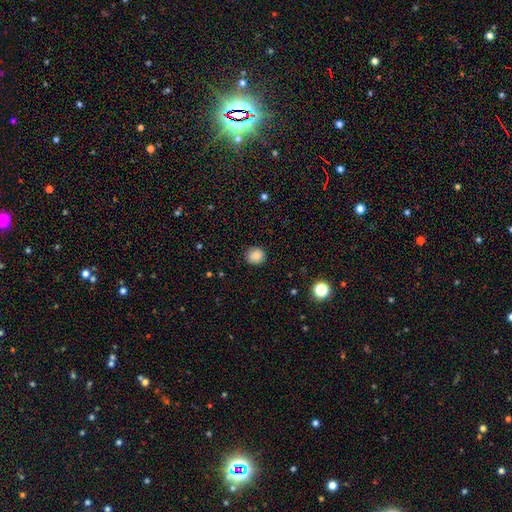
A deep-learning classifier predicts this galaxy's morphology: Smooth or featured?
  - smooth: 85% *
  - star or artifact: 10%
  - featured or disk: 5%
How rounded?
  - round: 88% *
  - in between: 11%
  - cigar-shaped: 1%
Merging?
  - none: 89% *
  - minor disturbance: 8%
  - major disturbance: 2%
  - merger: 1%